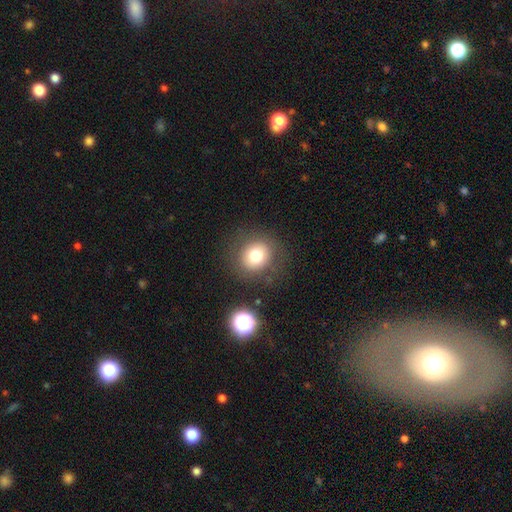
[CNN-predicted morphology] Overall: smooth (75%). How rounded: round (84%). Merging: none (83%).